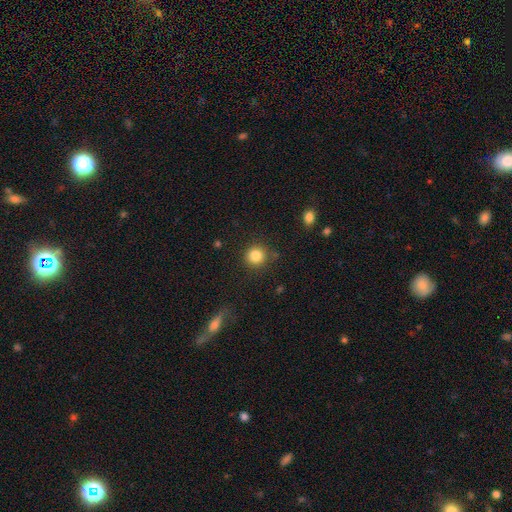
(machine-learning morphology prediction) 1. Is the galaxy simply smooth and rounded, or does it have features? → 84% smooth, 11% star or artifact, 5% featured or disk.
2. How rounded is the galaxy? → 93% round, 7% in between, 1% cigar-shaped.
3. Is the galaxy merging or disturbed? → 85% none, 9% minor disturbance, 3% major disturbance, 3% merger.